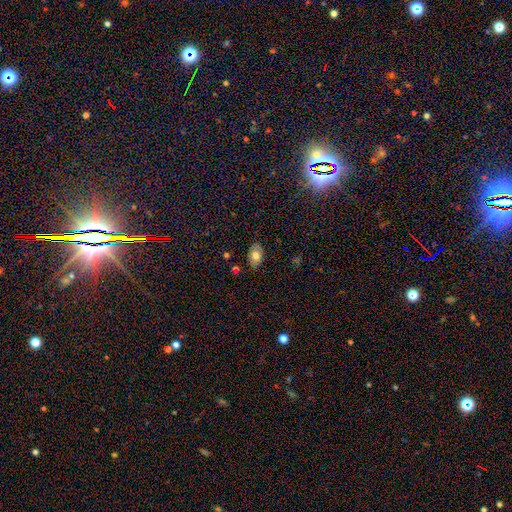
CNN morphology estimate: A smooth galaxy with no disk features (76%) that is in between round and cigar-shaped (89%). Merging: none (83%).